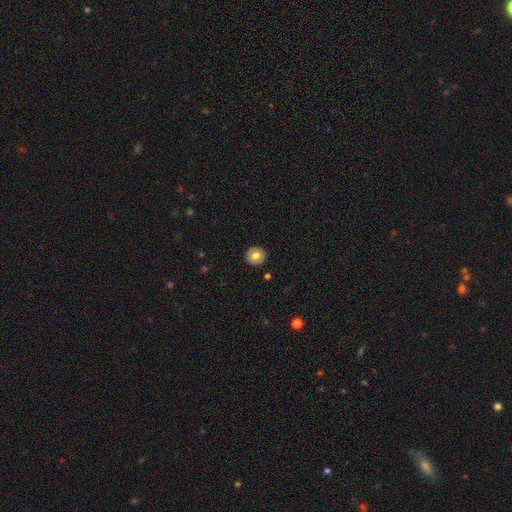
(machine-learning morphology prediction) A smooth galaxy with no disk features (74%) that is round (92%). Merging: none (91%).